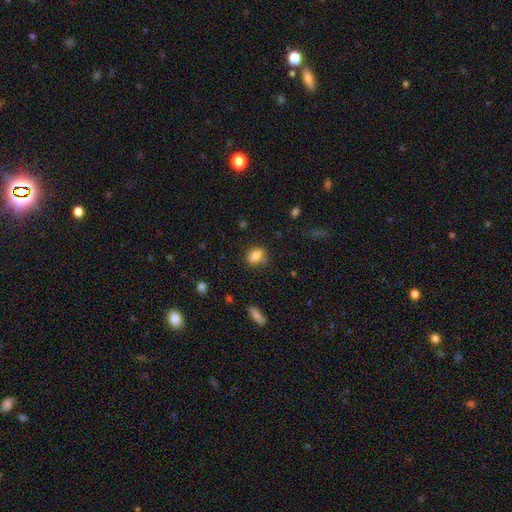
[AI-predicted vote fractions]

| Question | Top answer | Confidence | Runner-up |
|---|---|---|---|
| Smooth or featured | smooth | 84% | star or artifact (9%) |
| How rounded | in between | 82% | round (15%) |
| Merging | none | 68% | minor disturbance (20%) |